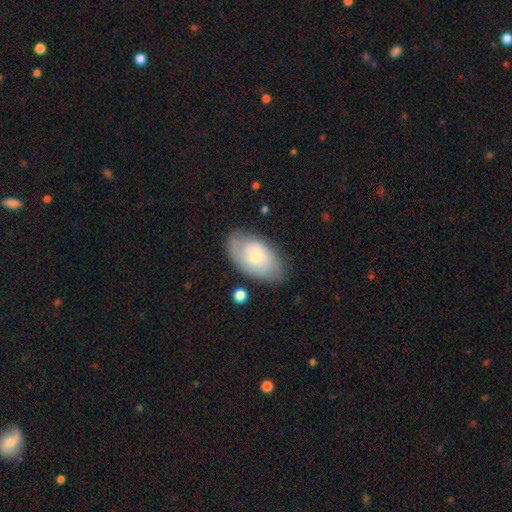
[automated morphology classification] Overall: featured or disk (53%; smooth 40%). Edge-on disk: no (93%). Merging: none (73%).